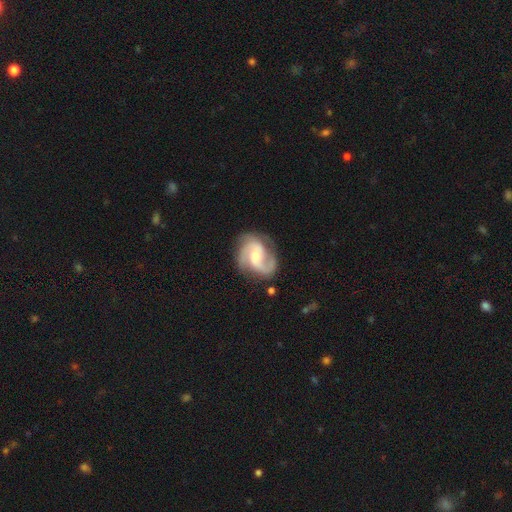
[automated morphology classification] The model was most divided on "bar": no: 45%, weak: 43%, strong: 12%. More confident: edge-on disk — no (98%); spiral arms — yes (97%); smooth or featured — featured or disk (88%); merging — none (72%); spiral arm count — 2 (55%); spiral winding — medium (55%); bulge size — moderate (51%).